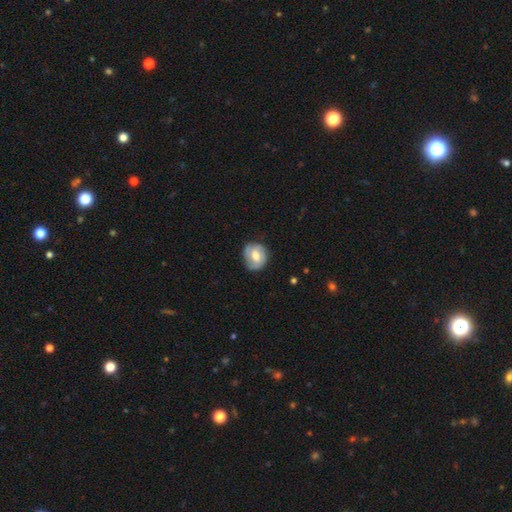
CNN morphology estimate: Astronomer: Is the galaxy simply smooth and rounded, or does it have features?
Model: smooth — 47%, tied with featured or disk at 47%.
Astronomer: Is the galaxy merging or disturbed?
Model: none — 74%.